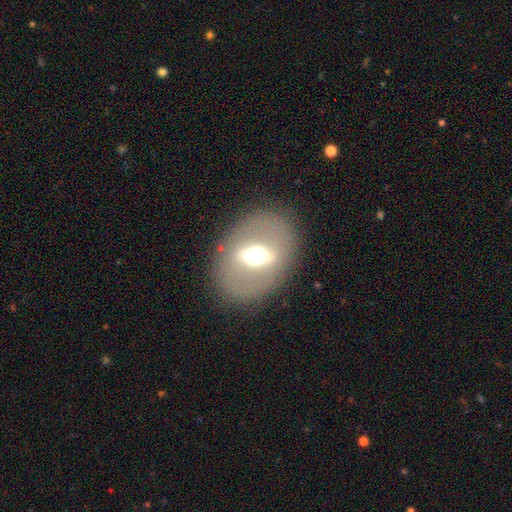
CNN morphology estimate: This is likely a featured or disk galaxy (61%). It is likely not viewed edge-on (77%). Merging: clearly none (83%).